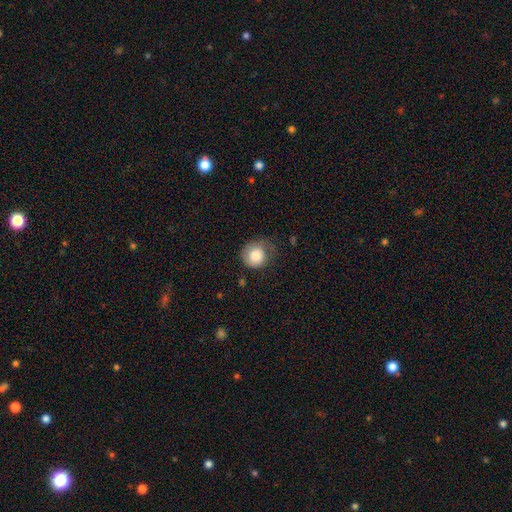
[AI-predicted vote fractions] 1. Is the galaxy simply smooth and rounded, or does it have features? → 78% smooth, 15% featured or disk, 7% star or artifact.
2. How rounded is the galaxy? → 83% round, 16% in between, 1% cigar-shaped.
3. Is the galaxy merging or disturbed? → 48% none, 31% minor disturbance, 19% major disturbance, 2% merger.